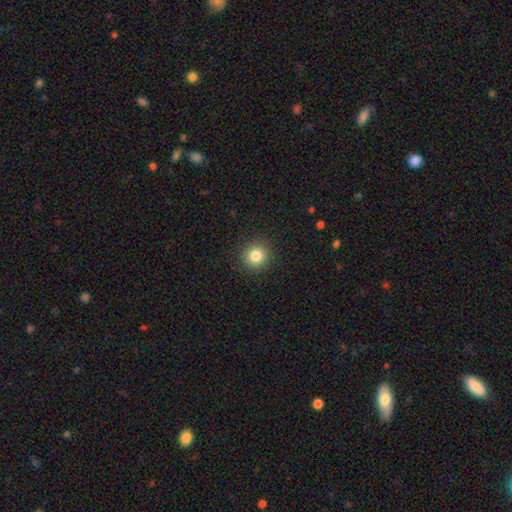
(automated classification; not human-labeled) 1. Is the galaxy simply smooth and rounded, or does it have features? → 82% smooth, 12% star or artifact, 6% featured or disk.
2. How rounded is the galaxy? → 93% round, 6% in between, 1% cigar-shaped.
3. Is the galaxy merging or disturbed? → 91% none, 6% minor disturbance, 2% major disturbance, 1% merger.